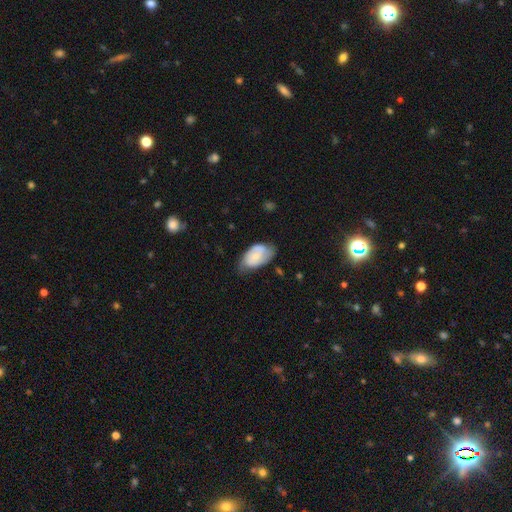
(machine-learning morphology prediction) smooth 54%, featured or disk 40%, star or artifact 6%. Down the decision tree: how rounded — in between (93%); merging — none (49%).